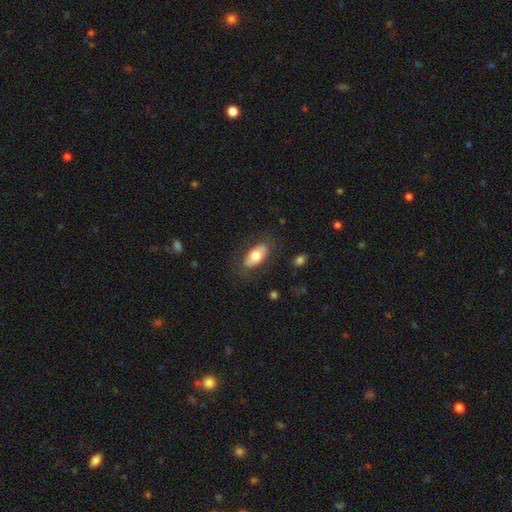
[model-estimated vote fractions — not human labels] Smooth or featured?
  - smooth: 69% *
  - featured or disk: 25%
  - star or artifact: 6%
How rounded?
  - in between: 90% *
  - cigar-shaped: 6%
  - round: 4%
Merging?
  - none: 80% *
  - minor disturbance: 13%
  - major disturbance: 5%
  - merger: 1%